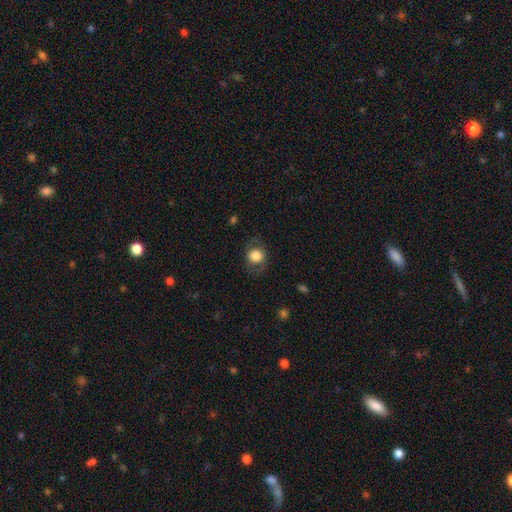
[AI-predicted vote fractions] smooth_or_featured: smooth (p=0.78) [alt: featured or disk p=0.14]
how_rounded: round (p=0.74) [alt: in between p=0.25]
merging: none (p=0.77) [alt: minor disturbance p=0.14]